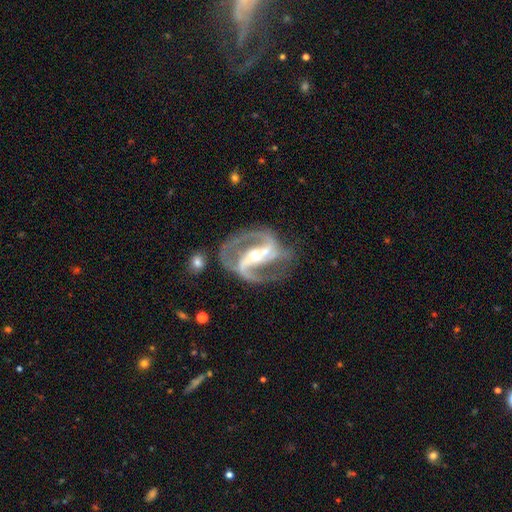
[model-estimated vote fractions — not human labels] Overall: featured or disk (92%). Edge-on disk: no (97%). Bar: strong (66%). Spiral arms: yes (97%). Spiral arm count: 2 (85%). Spiral winding: medium (59%; loose 25%). Bulge size: moderate (56%; small 39%). Merging: none (64%).